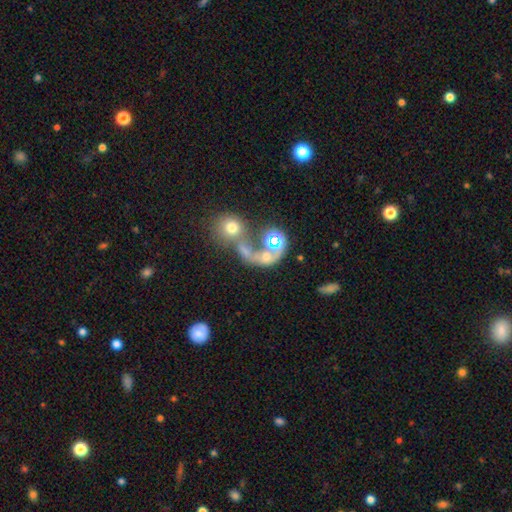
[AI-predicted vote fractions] smooth-or-featured: smooth: 46% | featured or disk: 37% | star or artifact: 17%
  merging: merger: 58% | none: 20% | major disturbance: 16% | minor disturbance: 7%